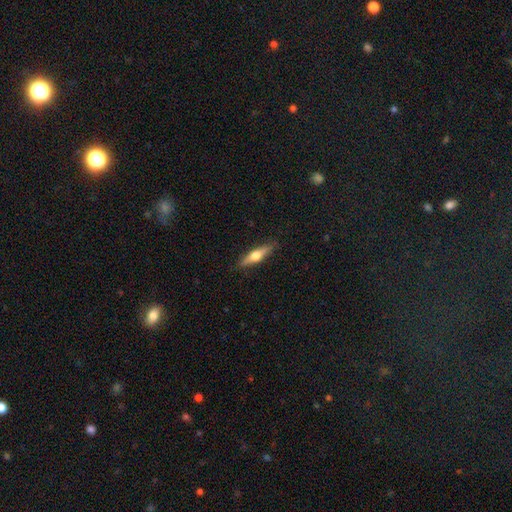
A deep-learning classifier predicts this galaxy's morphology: type=featured or disk (50%); merging=none (88%).